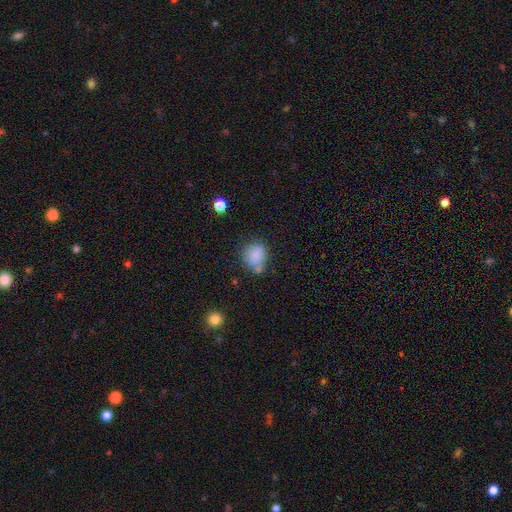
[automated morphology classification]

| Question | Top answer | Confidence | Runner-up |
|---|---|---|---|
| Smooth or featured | smooth | 82% | star or artifact (10%) |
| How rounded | round | 66% | in between (33%) |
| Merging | none | 55% | minor disturbance (23%) |